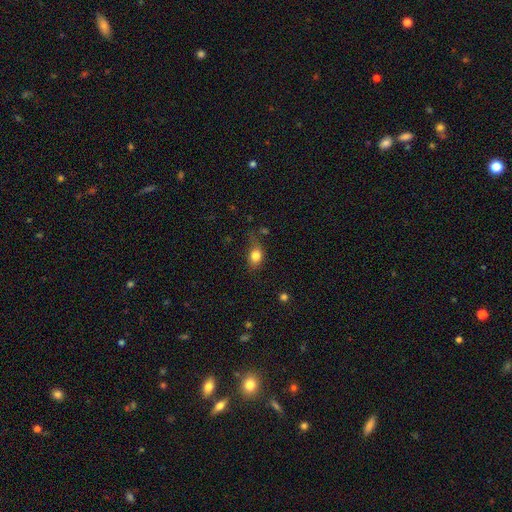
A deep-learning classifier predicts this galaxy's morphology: Smooth or featured: smooth — 81% (star or artifact — 10%)
How rounded: in between — 60% (round — 38%)
Merging: none — 55% (minor disturbance — 29%)